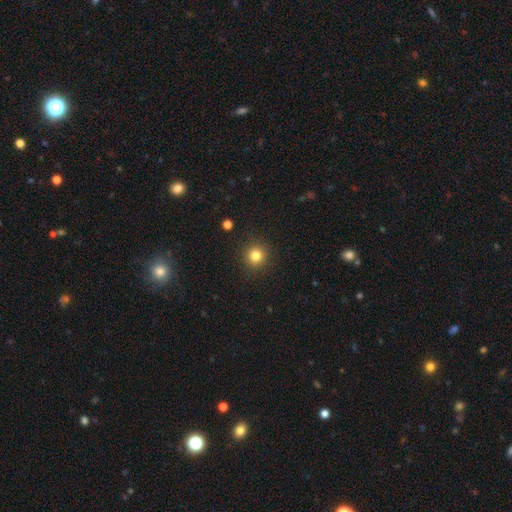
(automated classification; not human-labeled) smooth_or_featured: smooth (p=0.81) [alt: star or artifact p=0.13]
how_rounded: round (p=0.94) [alt: in between p=0.05]
merging: none (p=0.91) [alt: minor disturbance p=0.05]